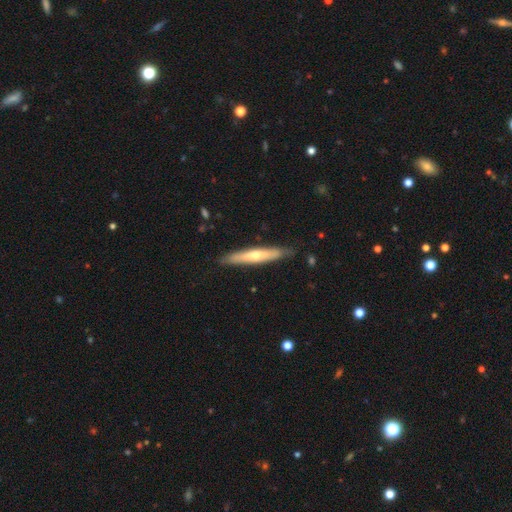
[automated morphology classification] Smooth or featured?
  - featured or disk: 52% *
  - smooth: 42%
  - star or artifact: 6%
Edge-on disk?
  - yes: 88% *
  - no: 12%
Merging?
  - none: 87% *
  - minor disturbance: 10%
  - major disturbance: 2%
  - merger: 1%